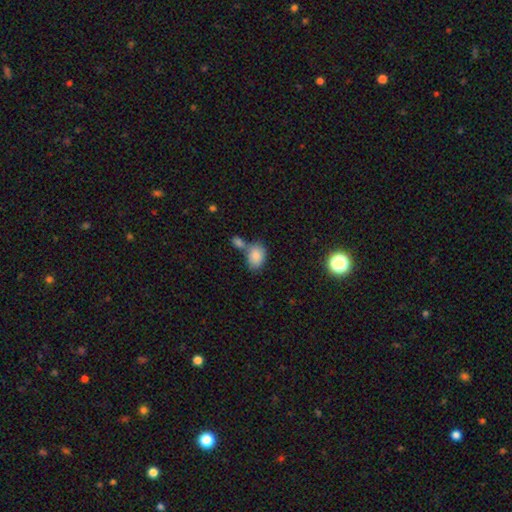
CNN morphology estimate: Smooth or featured? Predicted: smooth (p=0.83). How rounded? Predicted: in between (p=0.82). Merging? Predicted: none (p=0.45).